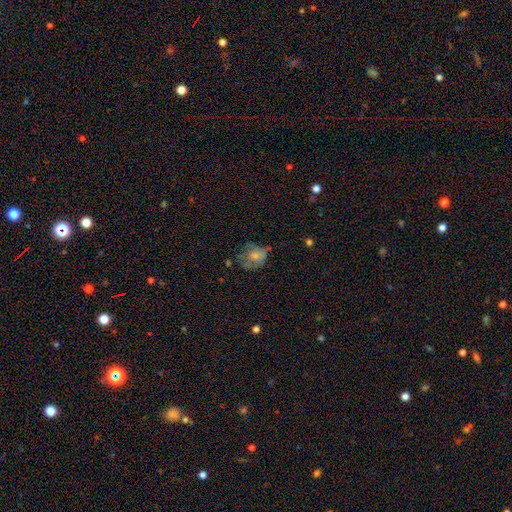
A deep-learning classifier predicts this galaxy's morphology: This is possibly a smooth galaxy (54%). How rounded: possibly round (53%). Merging: marginally none (42%).